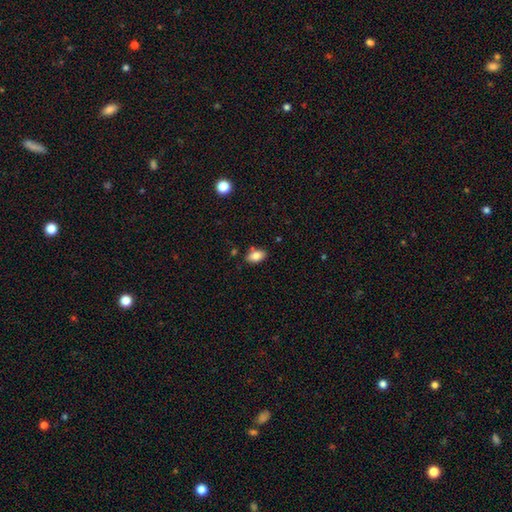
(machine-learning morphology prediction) Smooth or featured? Predicted: smooth (p=0.84). How rounded? Predicted: in between (p=0.91). Merging? Predicted: none (p=0.79).